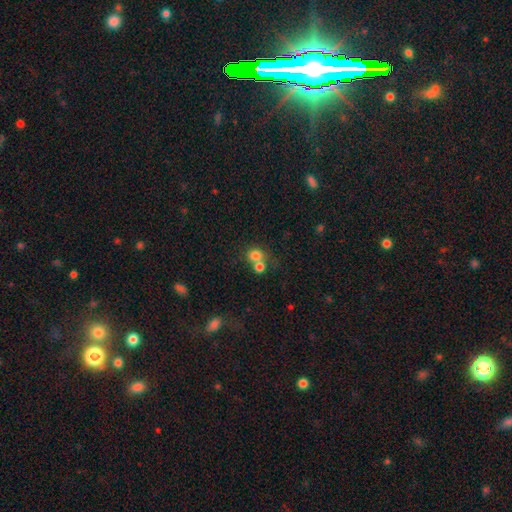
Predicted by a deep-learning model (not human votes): Smooth or featured? Predicted: smooth (p=0.78). How rounded? Predicted: round (p=0.76). Merging? Predicted: merger (p=0.50).